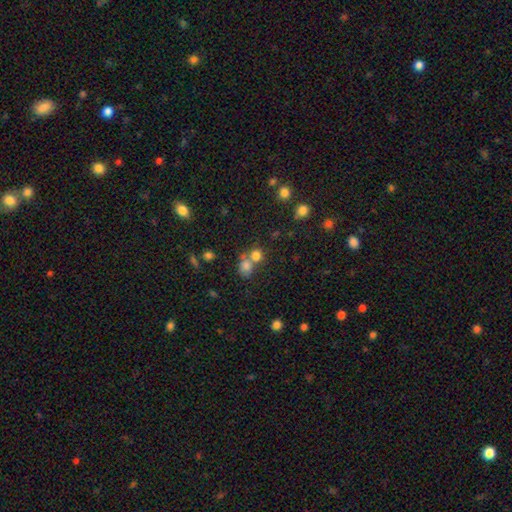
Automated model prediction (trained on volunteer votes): A smooth galaxy with no disk features (75%) that is round (78%).

Vote fractions:
- Smooth or featured? smooth: 75% / star or artifact: 16% / featured or disk: 9%
- How rounded? round: 78% / in between: 21% / cigar-shaped: 1%
- Merging? merger: 45% / none: 44% / minor disturbance: 7% / major disturbance: 4%